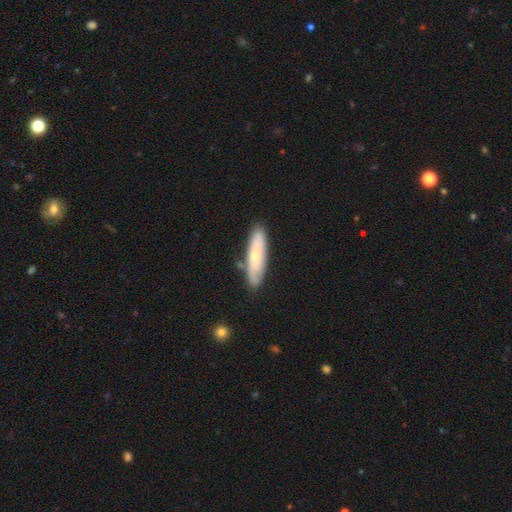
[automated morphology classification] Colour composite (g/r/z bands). It shows a smooth galaxy with no disk features (60%) that is cigar-shaped (66%). Merging: none (80%).